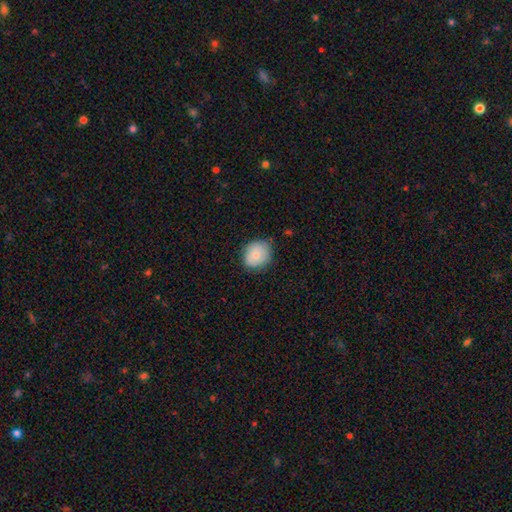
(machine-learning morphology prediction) Smooth or featured? smooth (80%)
How rounded? round (67%)
Merging? none (76%)